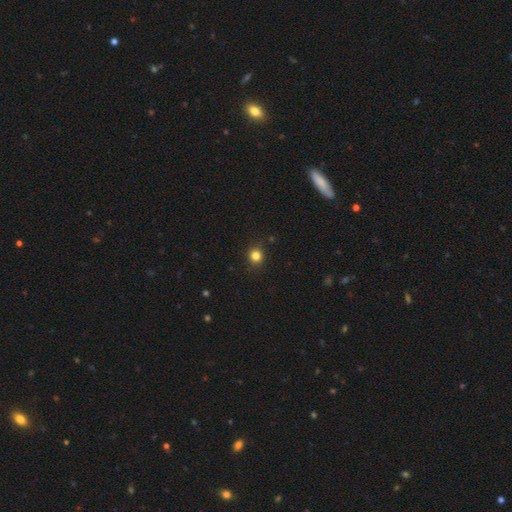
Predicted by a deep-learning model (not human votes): A smooth galaxy with no disk features (82%) that is round (90%). Merging: none (90%).